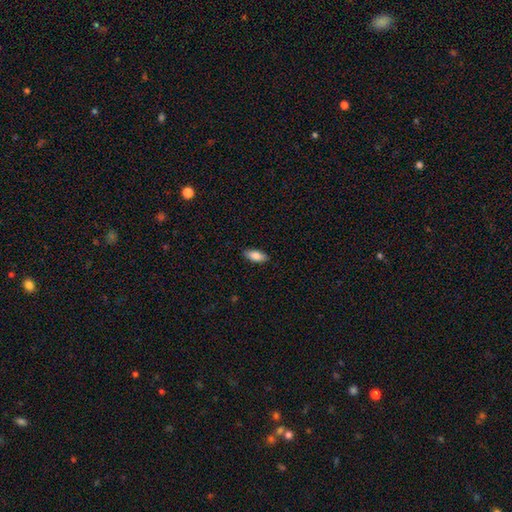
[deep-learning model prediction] This is clearly a smooth galaxy (84%). How rounded: clearly in between (84%). Merging: clearly none (88%).